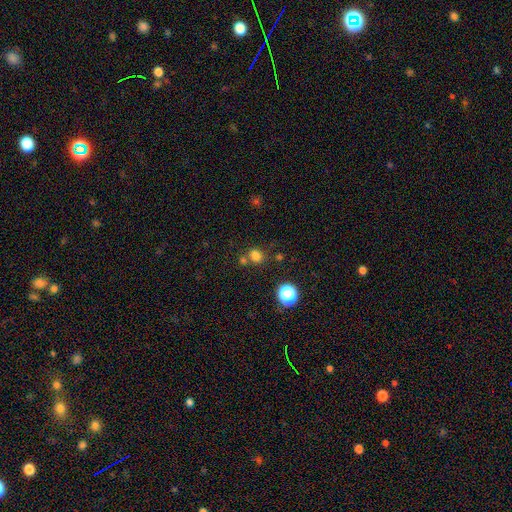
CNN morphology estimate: This is likely a smooth galaxy (75%). How rounded: likely round (69%). Merging: likely none (65%).